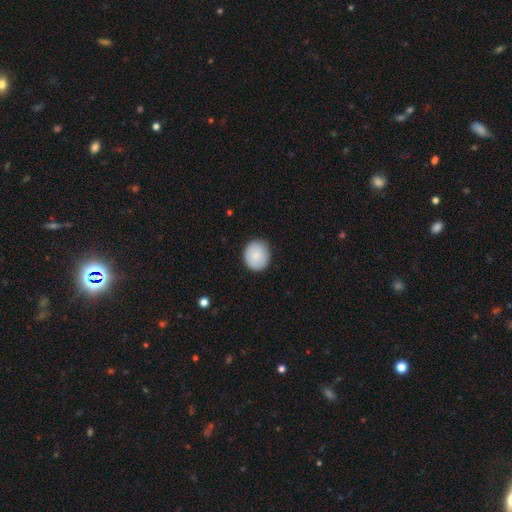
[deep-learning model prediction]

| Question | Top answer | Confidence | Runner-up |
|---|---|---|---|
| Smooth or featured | smooth | 88% | star or artifact (7%) |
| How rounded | round | 80% | in between (19%) |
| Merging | none | 87% | minor disturbance (10%) |